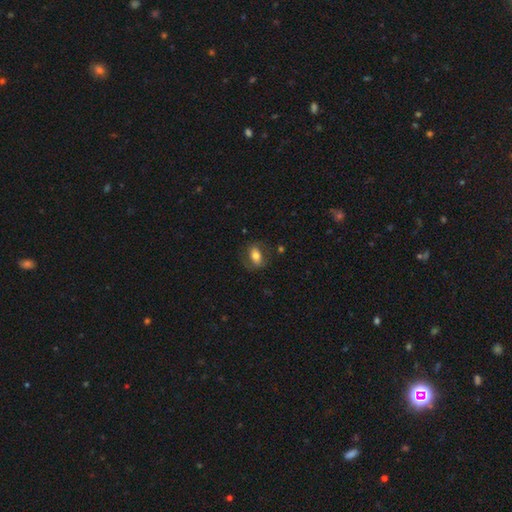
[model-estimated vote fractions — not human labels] Morphology: type=smooth (65%); roundness=in between (81%); merging=none (71%).